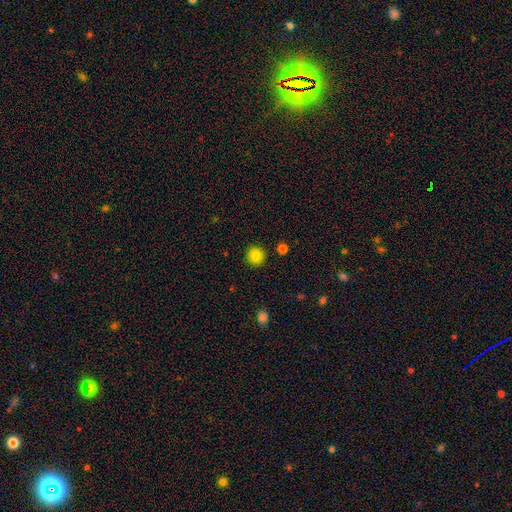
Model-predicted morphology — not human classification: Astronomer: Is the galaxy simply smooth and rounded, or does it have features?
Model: smooth — 86%.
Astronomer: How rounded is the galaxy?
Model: round — 92%.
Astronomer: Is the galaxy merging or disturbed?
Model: none — 90%.